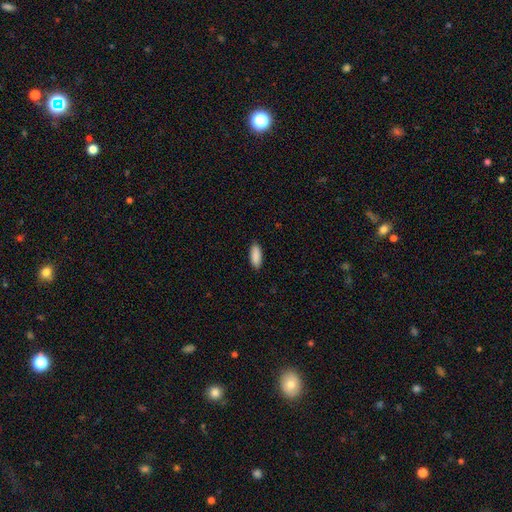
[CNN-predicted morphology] type=smooth (91%); roundness=in between (77%); merging=none (90%).